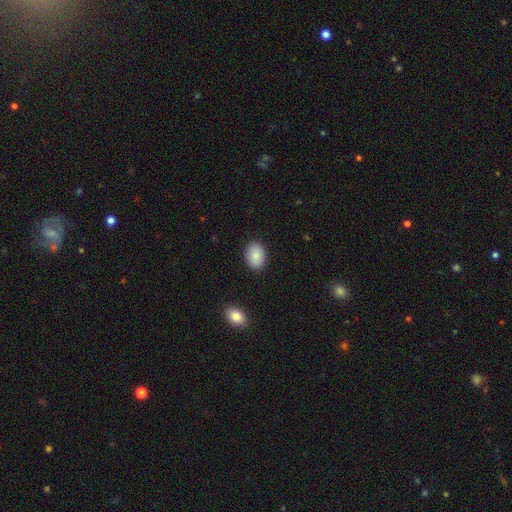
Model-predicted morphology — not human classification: The model was most divided on "how rounded": in between: 82%, round: 17%, cigar-shaped: 1%. More confident: merging — none (88%); smooth or featured — smooth (88%).